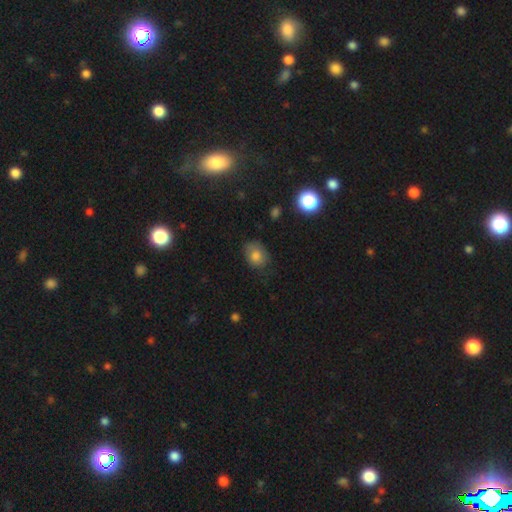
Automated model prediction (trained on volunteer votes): Q: Smooth or featured?
A: smooth (78%); runner-up: featured or disk (11%)
Q: How rounded?
A: in between (56%); runner-up: round (43%)
Q: Merging?
A: none (62%); runner-up: minor disturbance (27%)